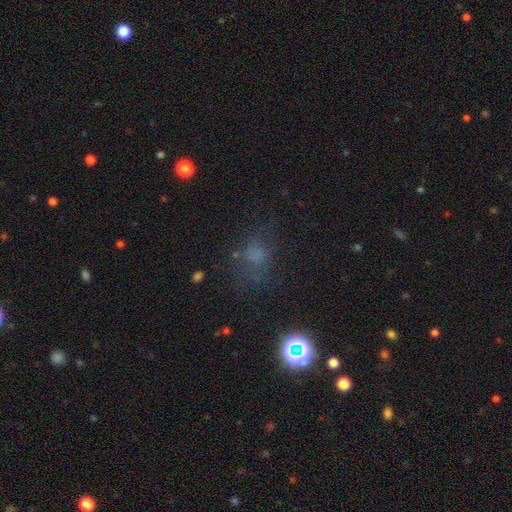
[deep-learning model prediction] smooth 50%, star or artifact 33%, featured or disk 17%. Down the decision tree: how rounded — round (65%); merging — none (62%).